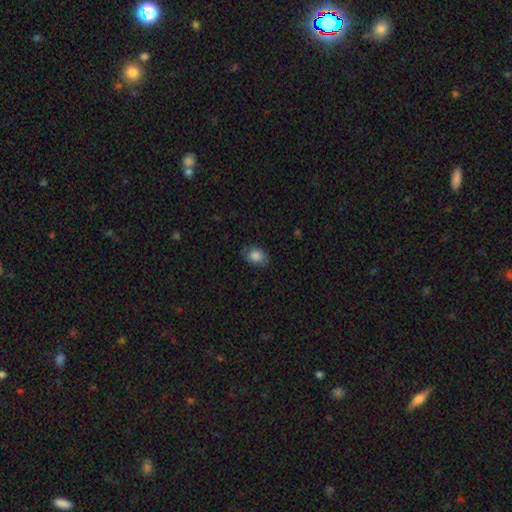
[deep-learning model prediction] Morphology: type=smooth (84%); roundness=in between (66%); merging=none (78%).